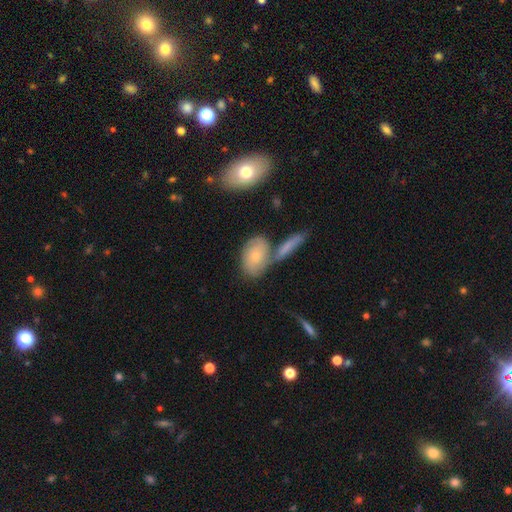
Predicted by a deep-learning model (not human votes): Q: Smooth or featured?
A: smooth (57%); runner-up: featured or disk (35%)
Q: How rounded?
A: in between (82%); runner-up: round (13%)
Q: Merging?
A: none (49%); runner-up: merger (31%)